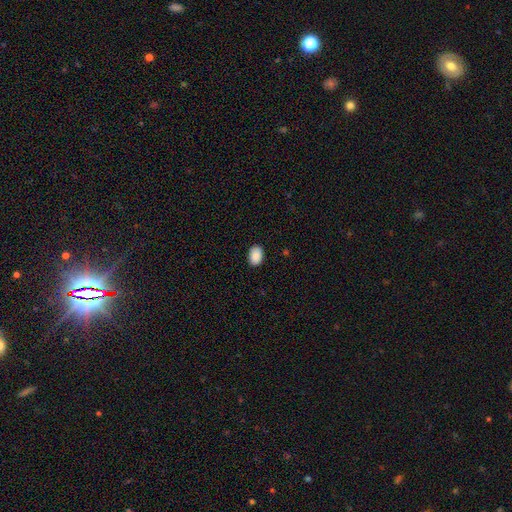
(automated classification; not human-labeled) Smooth or featured? Predicted: smooth (p=0.89). How rounded? Predicted: in between (p=0.85). Merging? Predicted: none (p=0.89).